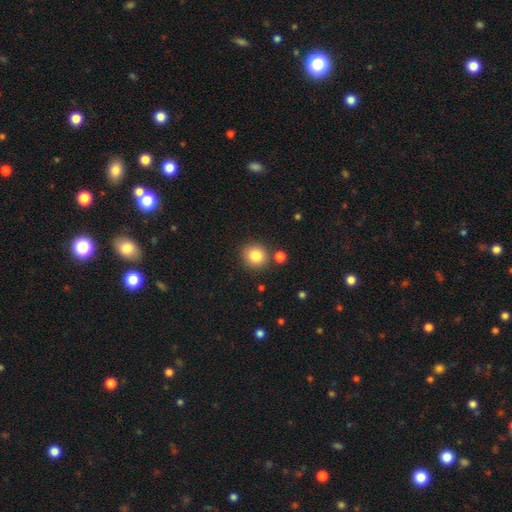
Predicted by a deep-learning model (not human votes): smooth-or-featured: smooth: 84% | star or artifact: 10% | featured or disk: 6%
  how-rounded: round: 88% | in between: 11% | cigar-shaped: 1%
  merging: none: 81% | minor disturbance: 9% | merger: 8% | major disturbance: 3%